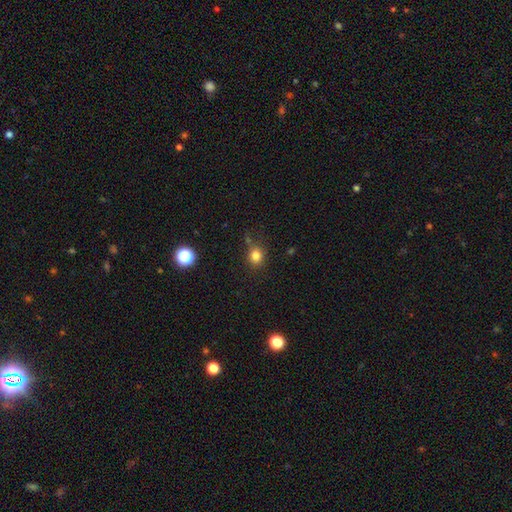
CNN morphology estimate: This appears to be a smooth galaxy with no disk features (81%) that is round (77%). Merging: none (74%).